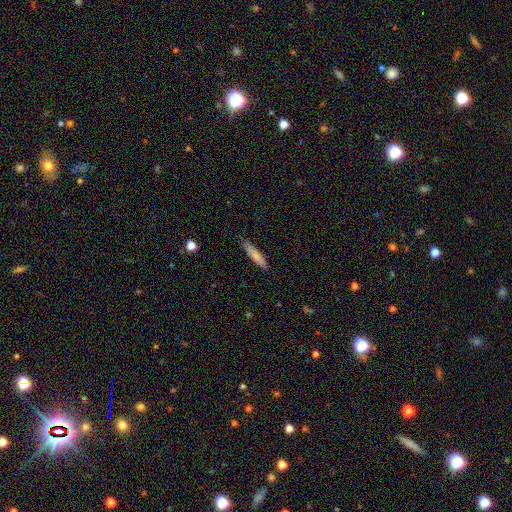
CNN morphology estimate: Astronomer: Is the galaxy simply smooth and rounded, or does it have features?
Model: smooth — 76%.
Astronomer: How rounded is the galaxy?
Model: cigar-shaped — 86%.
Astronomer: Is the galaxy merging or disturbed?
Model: none — 80%.